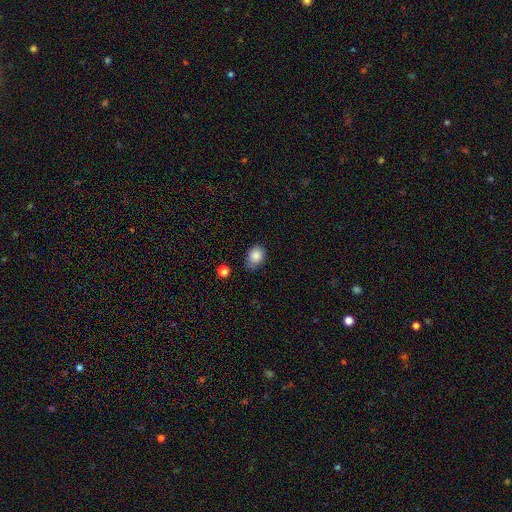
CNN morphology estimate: The model was most divided on "how rounded": in between: 67%, round: 32%, cigar-shaped: 1%. More confident: smooth or featured — smooth (86%); merging — none (66%).